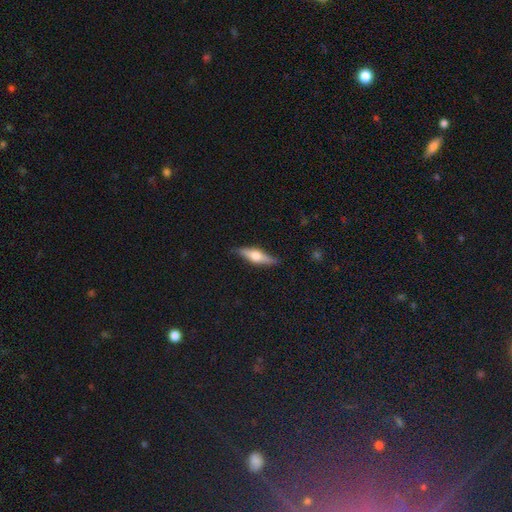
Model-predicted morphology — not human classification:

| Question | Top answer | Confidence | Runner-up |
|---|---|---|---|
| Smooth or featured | featured or disk | 57% | smooth (37%) |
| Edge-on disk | yes | 94% | no (6%) |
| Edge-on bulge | rounded | 93% | boxy (5%) |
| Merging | none | 85% | minor disturbance (12%) |